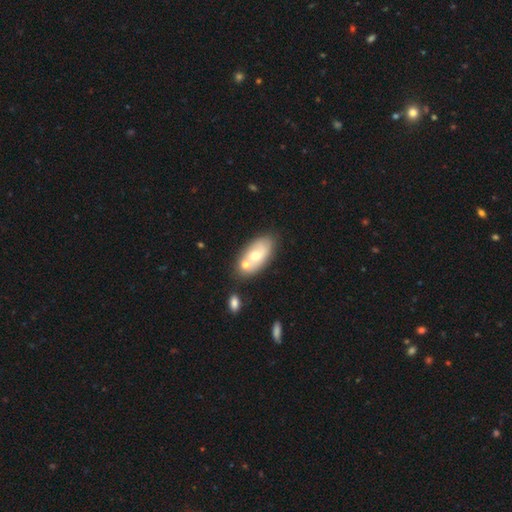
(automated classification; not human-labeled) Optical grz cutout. It shows a smooth galaxy with no disk features (56%) that is in between round and cigar-shaped (89%). Merging: none (50%).